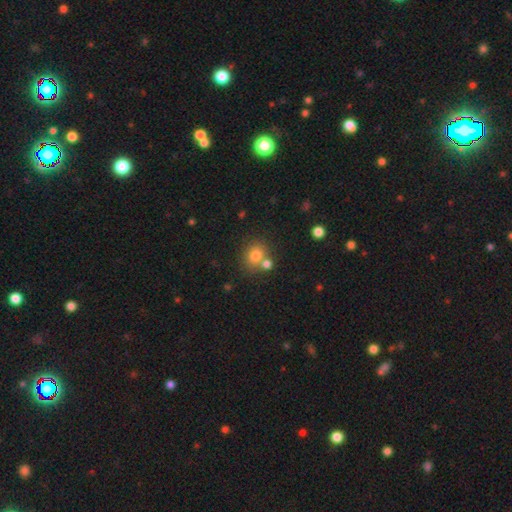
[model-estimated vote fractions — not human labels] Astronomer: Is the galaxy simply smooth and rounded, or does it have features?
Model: smooth — 78%.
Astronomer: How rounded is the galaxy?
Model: round — 69%.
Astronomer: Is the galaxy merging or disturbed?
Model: none — 61%.